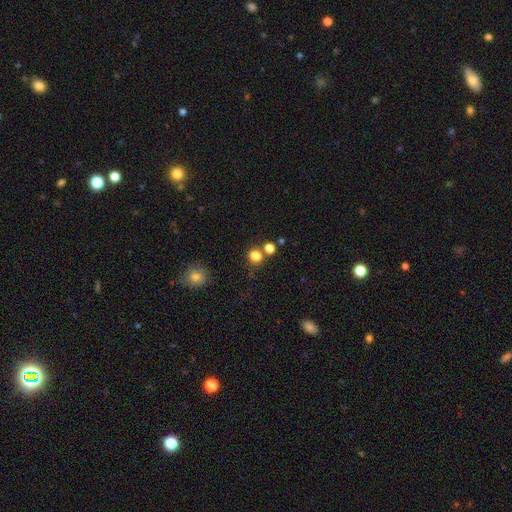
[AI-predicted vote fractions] A smooth galaxy with no disk features (81%) that is round (87%).

Vote fractions:
- Smooth or featured? smooth: 81% / star or artifact: 14% / featured or disk: 5%
- How rounded? round: 87% / in between: 12% / cigar-shaped: 1%
- Merging? none: 72% / merger: 17% / minor disturbance: 8% / major disturbance: 4%